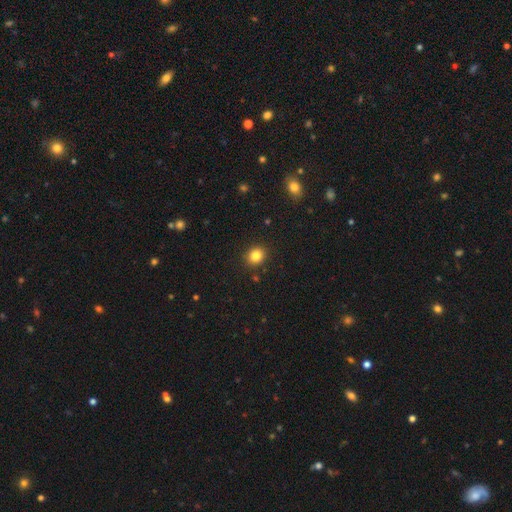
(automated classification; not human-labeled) A smooth galaxy with no disk features (84%) that is round (76%). Merging: none (90%).